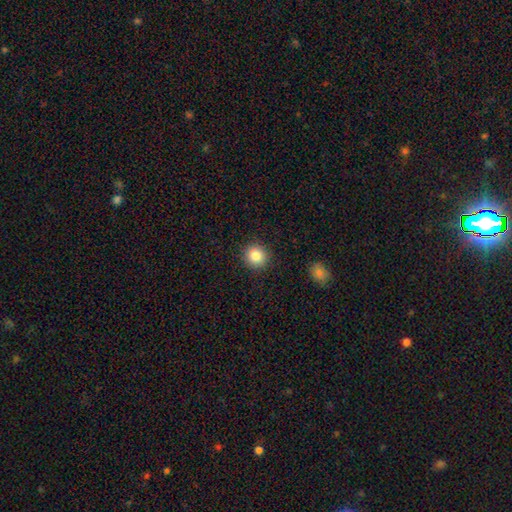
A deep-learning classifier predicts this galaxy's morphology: Q: Smooth or featured?
A: smooth (84%); runner-up: star or artifact (10%)
Q: How rounded?
A: round (93%); runner-up: in between (6%)
Q: Merging?
A: none (91%); runner-up: minor disturbance (6%)